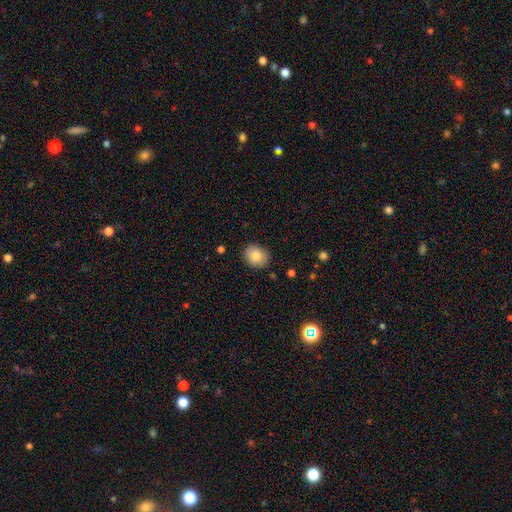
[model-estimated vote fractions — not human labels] This is clearly a smooth galaxy (83%). How rounded: likely round (60%). Merging: clearly none (88%).